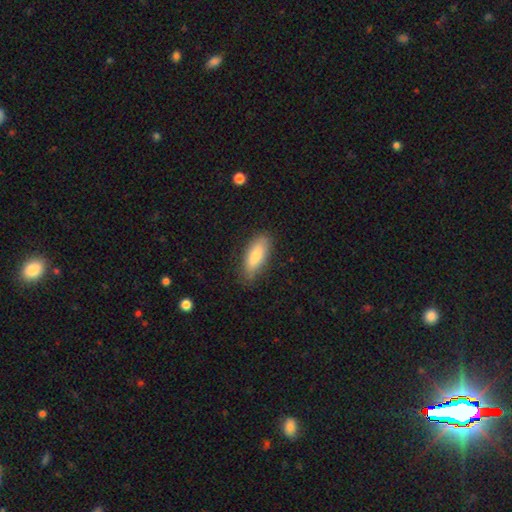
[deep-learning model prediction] smooth 81%, featured or disk 13%, star or artifact 6%. Down the decision tree: how rounded — in between (71%); merging — none (80%).